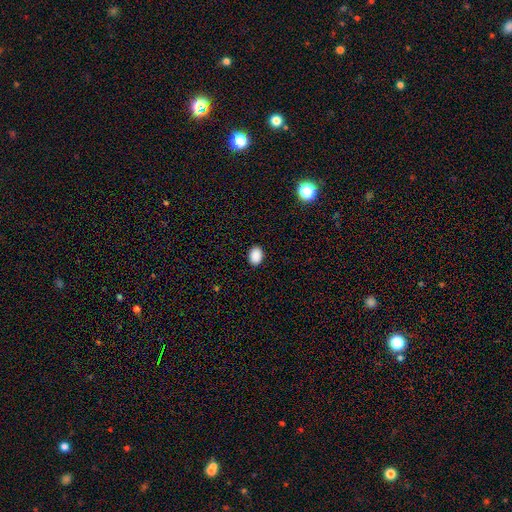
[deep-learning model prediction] Overall: smooth (89%). How rounded: in between (76%). Merging: none (90%).